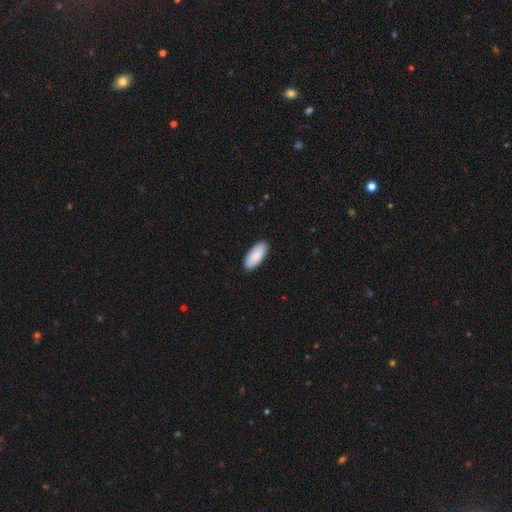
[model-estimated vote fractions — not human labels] This appears to be a smooth galaxy with no disk features (88%) that is in between round and cigar-shaped (88%). Merging: none (90%).